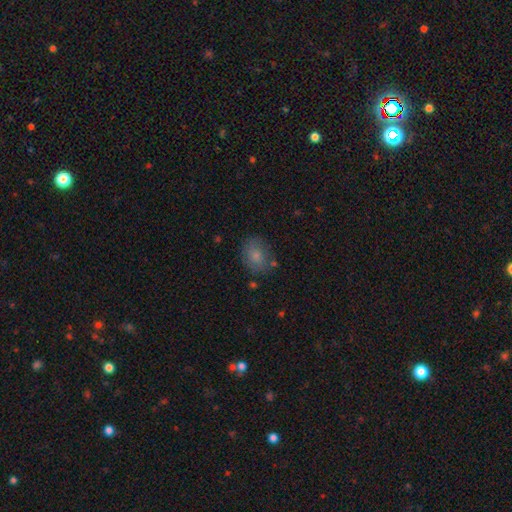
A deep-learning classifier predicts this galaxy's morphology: Smooth or featured: smooth — 75% (featured or disk — 16%)
How rounded: in between — 52% (round — 47%)
Merging: none — 70% (minor disturbance — 20%)